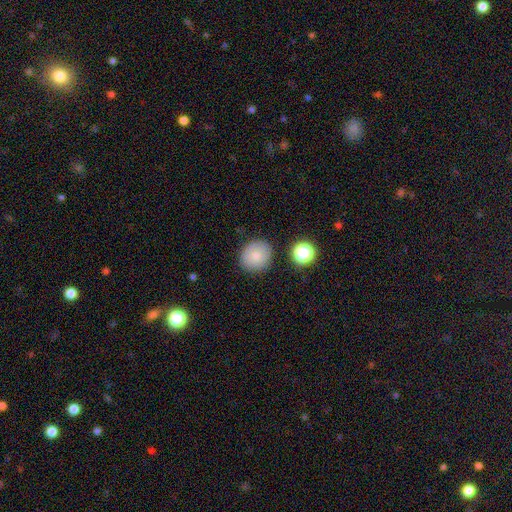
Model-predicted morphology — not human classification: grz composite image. It shows a smooth galaxy with no disk features (80%) that is round (82%). Merging: none (85%).